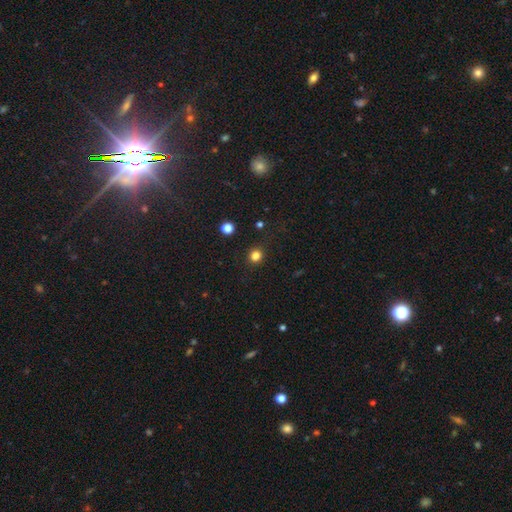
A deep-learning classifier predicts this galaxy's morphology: type=smooth (82%); roundness=round (83%); merging=none (87%).